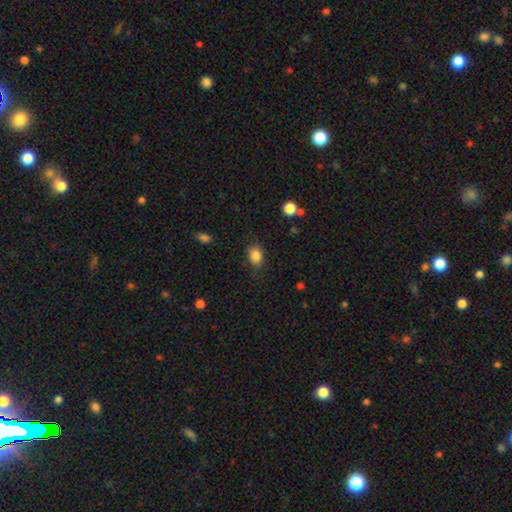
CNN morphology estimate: Smooth or featured? smooth (85%)
How rounded? in between (68%)
Merging? none (76%)